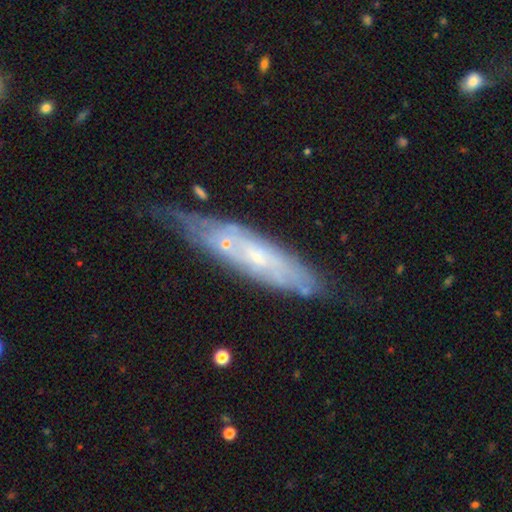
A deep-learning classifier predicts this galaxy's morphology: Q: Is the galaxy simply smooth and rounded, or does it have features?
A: featured or disk — 66%.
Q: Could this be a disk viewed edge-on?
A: no — 63%.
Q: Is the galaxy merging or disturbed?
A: none — 56%.